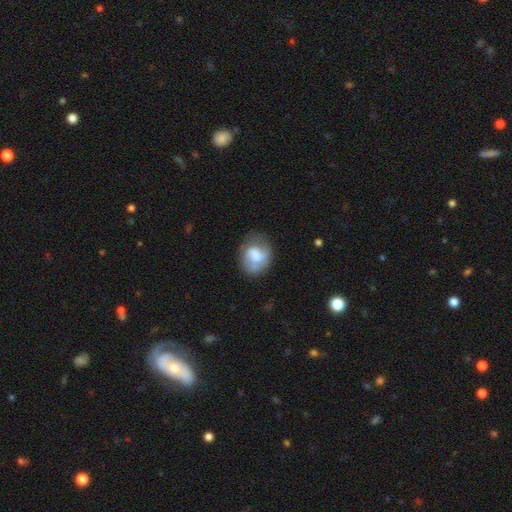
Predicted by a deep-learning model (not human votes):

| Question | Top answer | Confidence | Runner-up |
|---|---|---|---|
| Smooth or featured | smooth | 51% | featured or disk (41%) |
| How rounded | round | 50% | in between (49%) |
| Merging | none | 52% | minor disturbance (27%) |